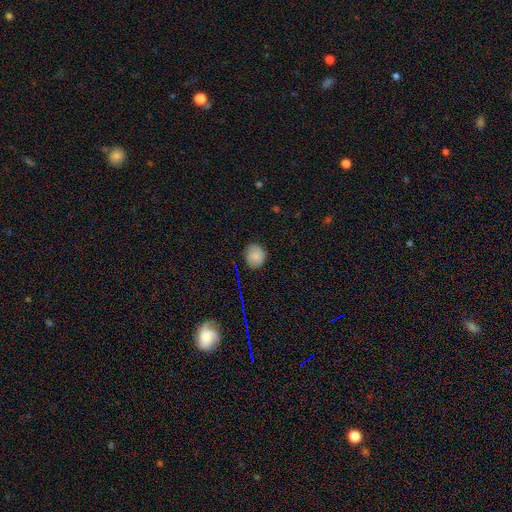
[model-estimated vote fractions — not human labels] Smooth or featured: smooth — 83% (star or artifact — 11%)
How rounded: round — 85% (in between — 14%)
Merging: none — 84% (minor disturbance — 13%)